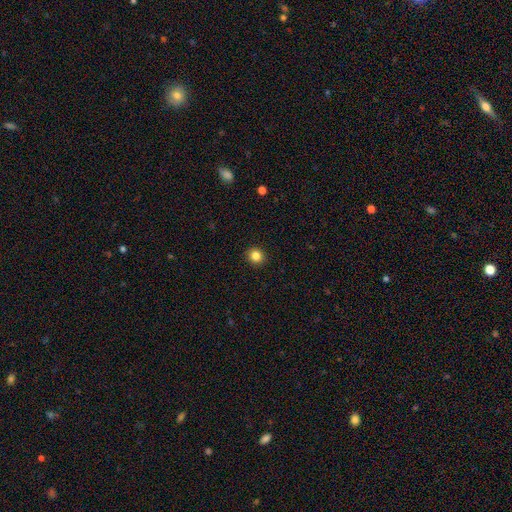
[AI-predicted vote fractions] Smooth or featured? smooth (84%)
How rounded? round (89%)
Merging? none (93%)